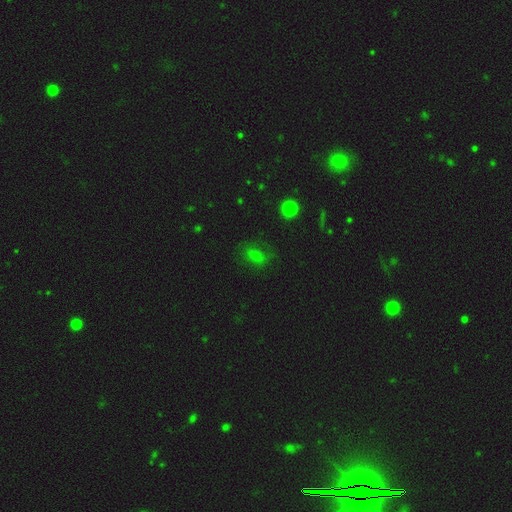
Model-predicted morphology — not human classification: Smooth or featured? smooth (58%)
How rounded? in between (64%)
Merging? none (70%)